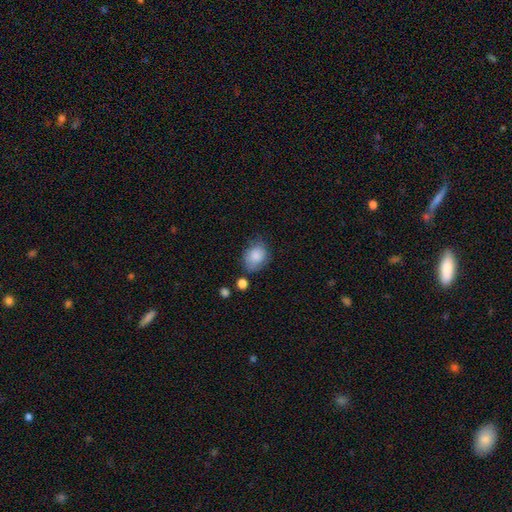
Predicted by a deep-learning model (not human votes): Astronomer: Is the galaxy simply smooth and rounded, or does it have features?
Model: smooth — 84%.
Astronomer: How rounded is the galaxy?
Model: in between — 62% (runner-up: round, 37%).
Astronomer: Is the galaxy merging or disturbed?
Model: none — 61%.